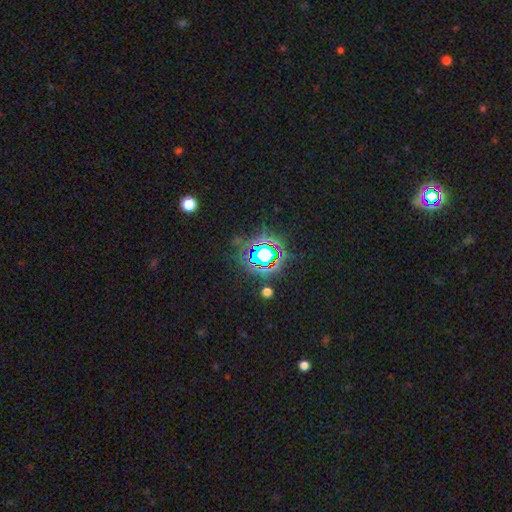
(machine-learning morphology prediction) Overall: star or artifact (82%).